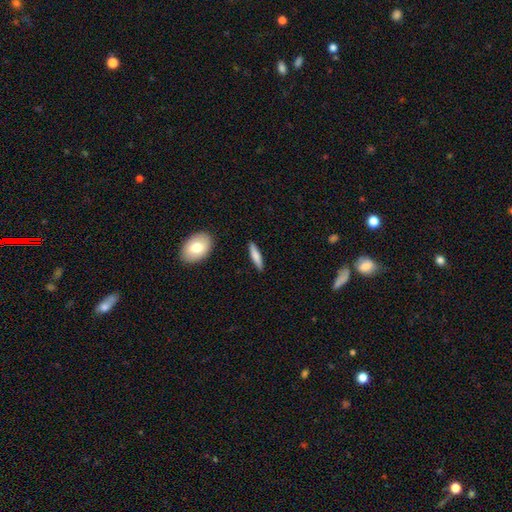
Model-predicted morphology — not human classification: Q: Smooth or featured?
A: smooth (72%); runner-up: featured or disk (22%)
Q: How rounded?
A: cigar-shaped (80%); runner-up: in between (18%)
Q: Merging?
A: none (89%); runner-up: minor disturbance (7%)